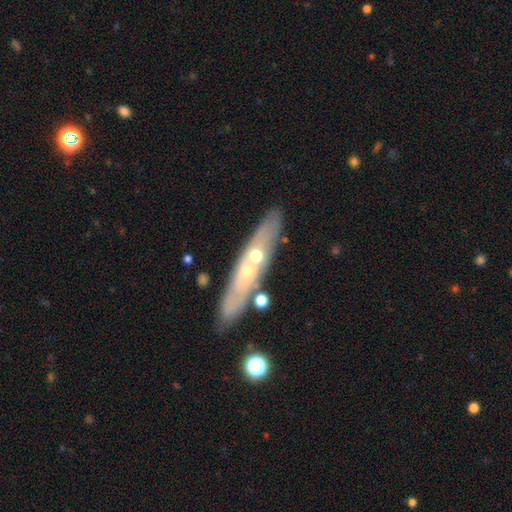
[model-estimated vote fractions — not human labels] Smooth or featured: featured or disk — 65% (smooth — 27%)
Edge-on disk: yes — 65% (no — 35%)
Merging: none — 82% (minor disturbance — 11%)